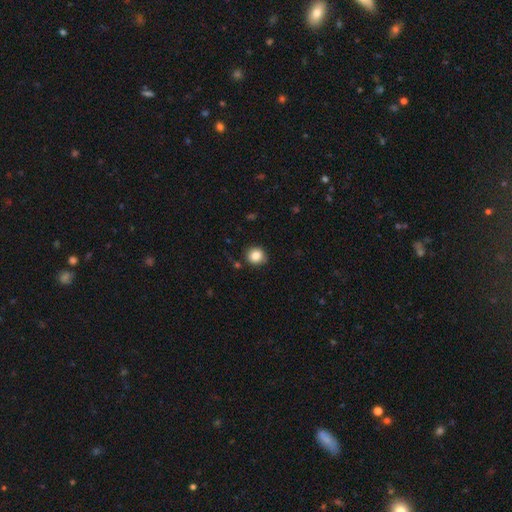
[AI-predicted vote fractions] Overall: smooth (84%). How rounded: round (88%). Merging: none (87%).